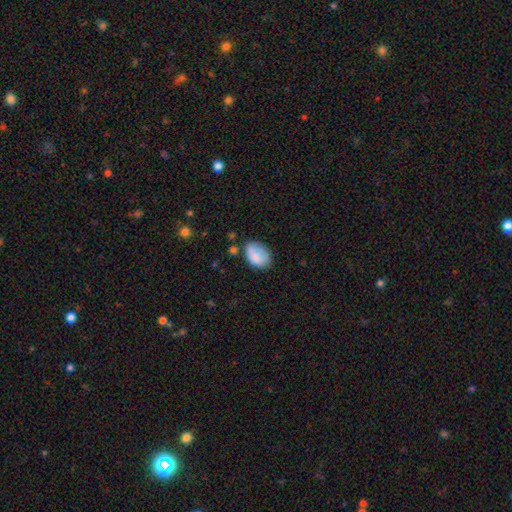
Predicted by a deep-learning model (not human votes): Smooth or featured? Predicted: smooth (p=0.81). How rounded? Predicted: in between (p=0.86). Merging? Predicted: none (p=0.55).